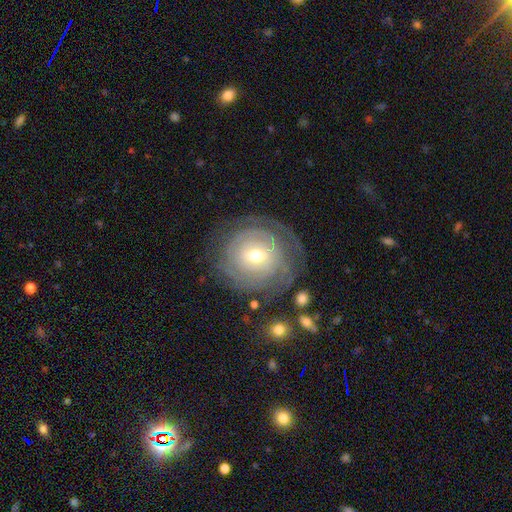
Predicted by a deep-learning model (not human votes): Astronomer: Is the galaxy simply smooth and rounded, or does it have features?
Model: featured or disk — 74%.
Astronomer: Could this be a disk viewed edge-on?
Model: no — 96%.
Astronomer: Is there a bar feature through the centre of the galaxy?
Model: weak — 44% (runner-up: no, 43%).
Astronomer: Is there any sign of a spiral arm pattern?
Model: yes — 83%.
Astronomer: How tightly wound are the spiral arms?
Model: tight — 79%.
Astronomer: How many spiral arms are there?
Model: can't tell — 52%.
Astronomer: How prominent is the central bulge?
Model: moderate — 58% (runner-up: small, 36%).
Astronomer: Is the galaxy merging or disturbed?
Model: none — 72%.